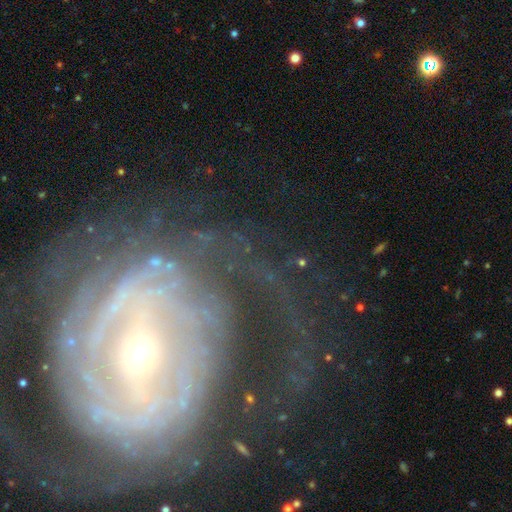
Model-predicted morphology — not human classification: smooth_or_featured: featured or disk (p=0.85) [alt: smooth p=0.08]
disk_edge_on: no (p=0.96) [alt: yes p=0.04]
bar: no (p=0.36) [alt: weak p=0.35]
has_spiral_arms: yes (p=0.91) [alt: no p=0.09]
spiral_winding: tight (p=0.62) [alt: medium p=0.27]
spiral_arm_count: can't tell (p=0.36) [alt: 2 p=0.27]
bulge_size: small (p=0.80) [alt: moderate p=0.15]
merging: none (p=0.59) [alt: major disturbance p=0.22]